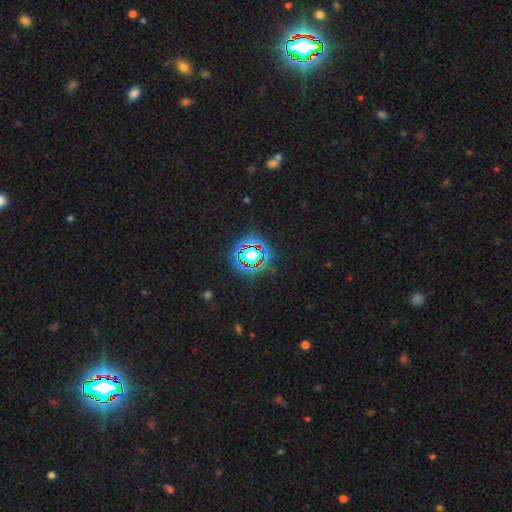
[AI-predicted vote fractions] Smooth or featured? star or artifact (76%)